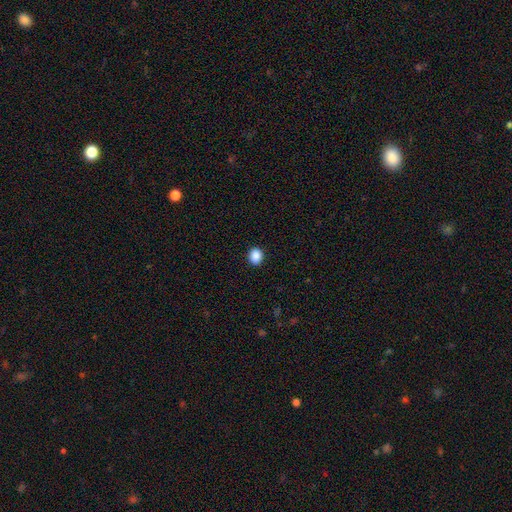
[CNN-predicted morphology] Overall: smooth (89%). How rounded: round (63%; in between 36%). Merging: none (91%).